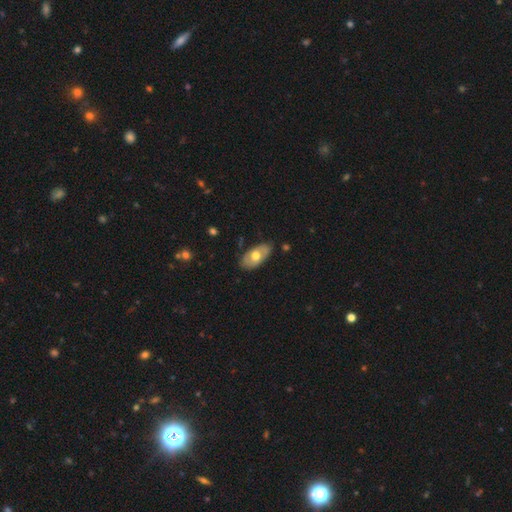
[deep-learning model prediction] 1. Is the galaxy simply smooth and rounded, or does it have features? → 56% smooth, 39% featured or disk, 5% star or artifact.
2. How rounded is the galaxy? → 93% in between, 4% round, 3% cigar-shaped.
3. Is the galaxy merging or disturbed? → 78% none, 18% minor disturbance, 3% major disturbance, 1% merger.